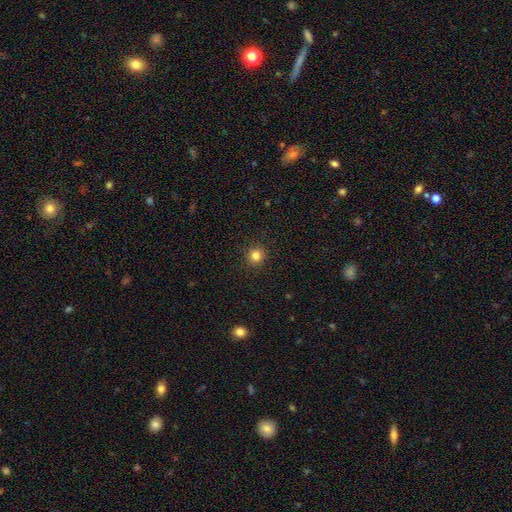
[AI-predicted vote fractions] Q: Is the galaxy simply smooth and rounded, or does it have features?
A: smooth — 83%.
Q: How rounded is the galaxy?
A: round — 93%.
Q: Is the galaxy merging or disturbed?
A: none — 92%.